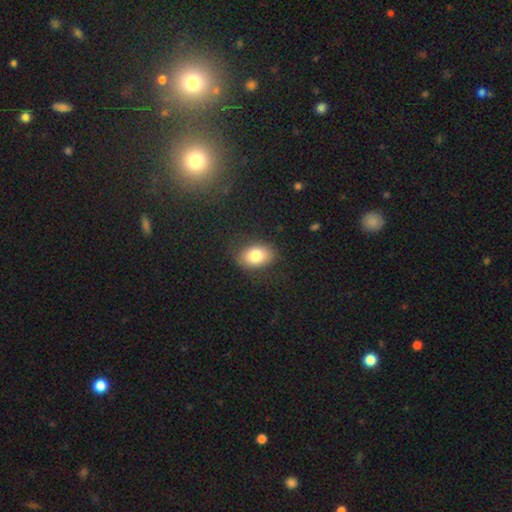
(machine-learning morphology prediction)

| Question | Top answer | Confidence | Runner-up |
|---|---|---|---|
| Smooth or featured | smooth | 80% | featured or disk (12%) |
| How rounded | in between | 82% | round (16%) |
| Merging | none | 83% | minor disturbance (12%) |